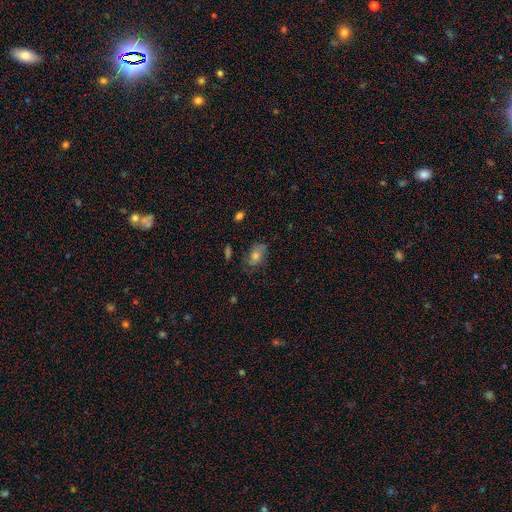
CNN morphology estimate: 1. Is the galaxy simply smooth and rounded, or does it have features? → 48% smooth, 36% featured or disk, 16% star or artifact.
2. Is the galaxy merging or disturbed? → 69% none, 21% minor disturbance, 8% major disturbance, 3% merger.